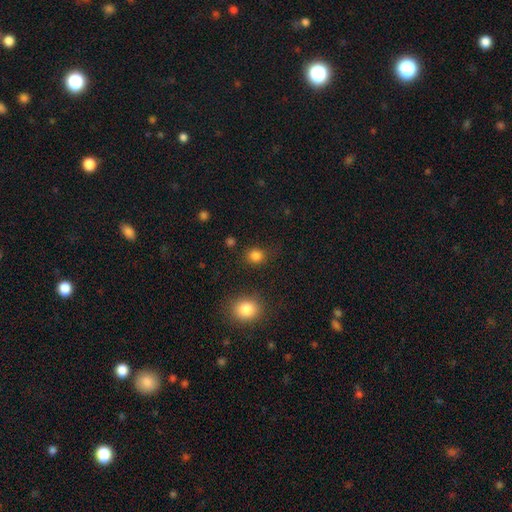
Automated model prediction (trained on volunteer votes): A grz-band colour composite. It shows a smooth galaxy with no disk features (83%) that is round (77%). Merging: none (82%).